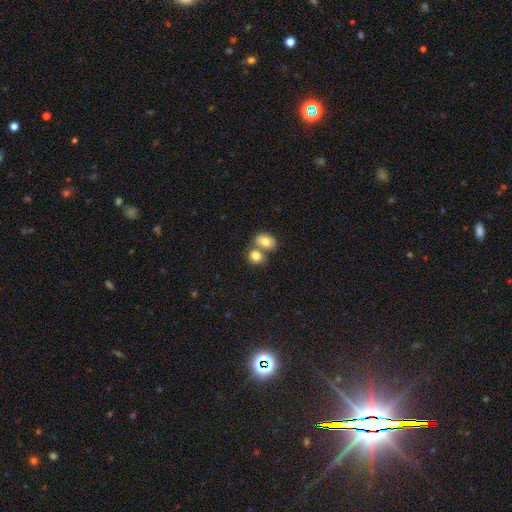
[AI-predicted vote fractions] Smooth or featured? Predicted: smooth (p=0.81). How rounded? Predicted: in between (p=0.50). Merging? Predicted: merger (p=0.54).